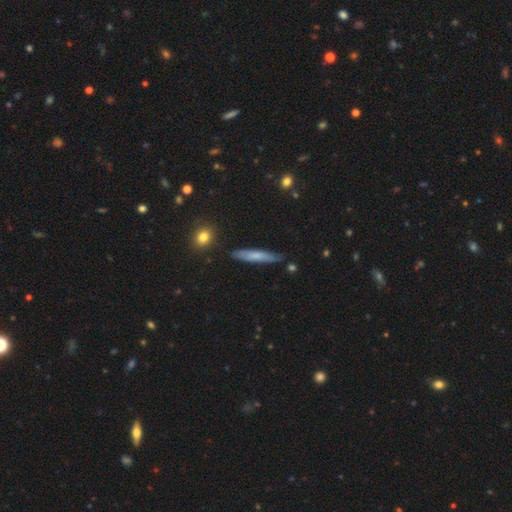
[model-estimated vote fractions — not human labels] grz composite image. It shows a smooth galaxy with no disk features (65%) that is cigar-shaped (92%). Merging: none (82%).